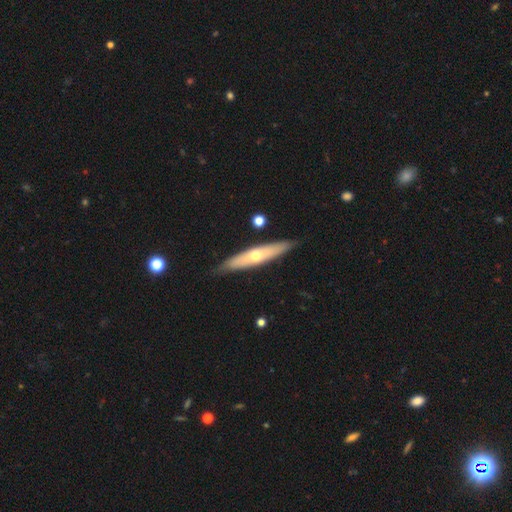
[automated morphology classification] Smooth or featured?
  - featured or disk: 52% *
  - smooth: 42%
  - star or artifact: 6%
Edge-on disk?
  - yes: 79% *
  - no: 21%
Merging?
  - none: 86% *
  - minor disturbance: 10%
  - major disturbance: 2%
  - merger: 2%